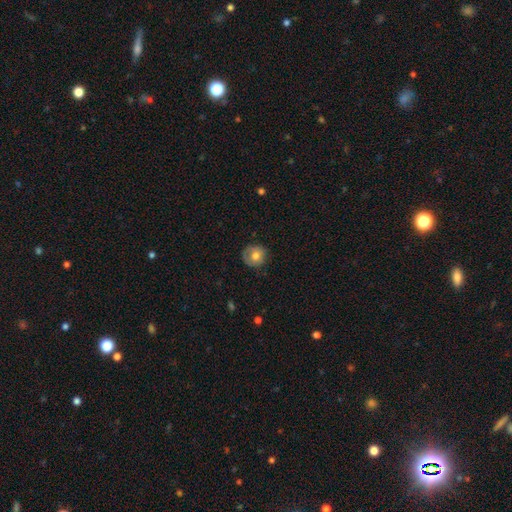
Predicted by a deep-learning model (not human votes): Smooth or featured? smooth (69%)
How rounded? round (86%)
Merging? none (73%)